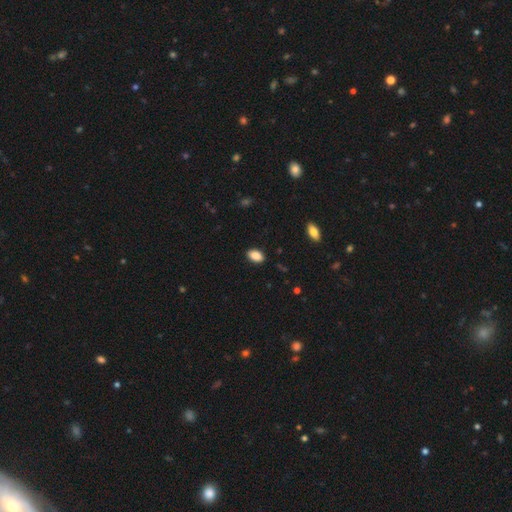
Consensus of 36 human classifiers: smooth 92%, featured or disk 6%, star or artifact 3%. Down the decision tree: how rounded — in between (91%); merging — none (89%).